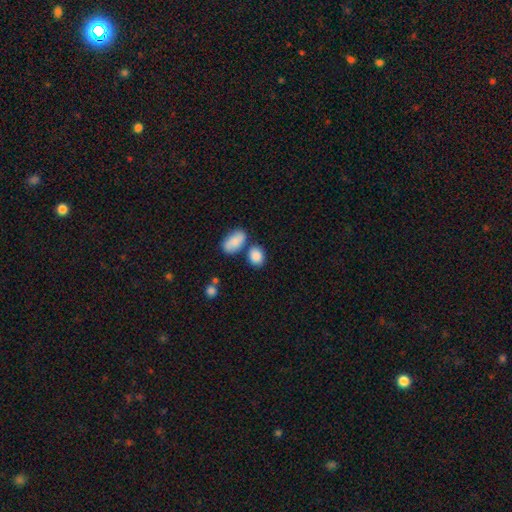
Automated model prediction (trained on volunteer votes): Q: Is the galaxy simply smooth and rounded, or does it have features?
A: smooth — 87%.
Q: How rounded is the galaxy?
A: in between — 66%.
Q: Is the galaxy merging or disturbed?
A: none — 62%.